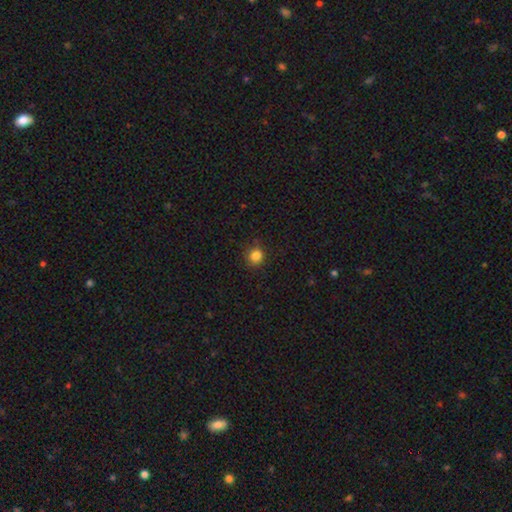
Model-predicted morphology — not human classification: smooth_or_featured: smooth (p=0.84) [alt: star or artifact p=0.12]
how_rounded: round (p=0.86) [alt: in between p=0.13]
merging: none (p=0.85) [alt: minor disturbance p=0.11]